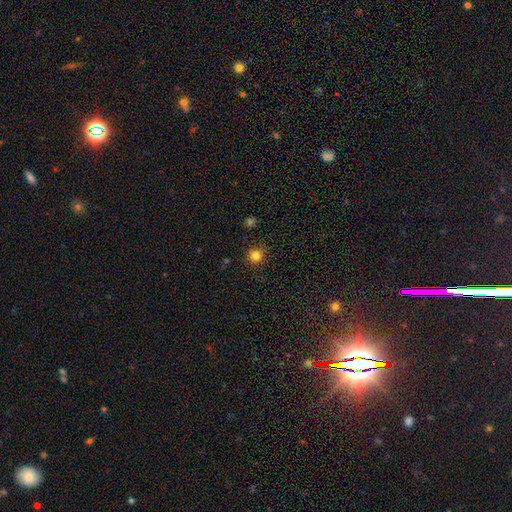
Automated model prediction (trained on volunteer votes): Smooth or featured? Predicted: smooth (p=0.82). How rounded? Predicted: round (p=0.92). Merging? Predicted: none (p=0.88).